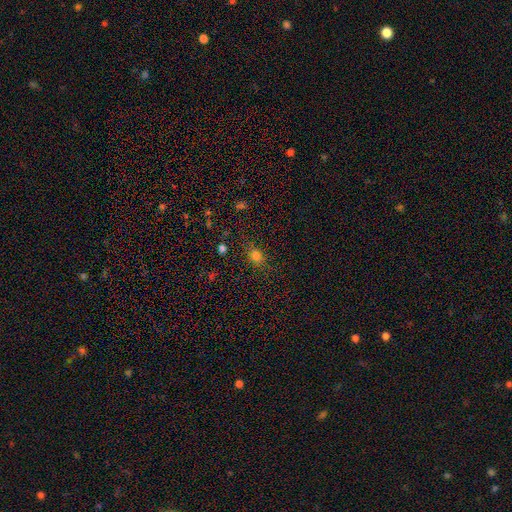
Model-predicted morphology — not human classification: The model was most divided on "how rounded": round: 54%, in between: 44%, cigar-shaped: 2%. More confident: merging — none (80%); smooth or featured — smooth (76%).